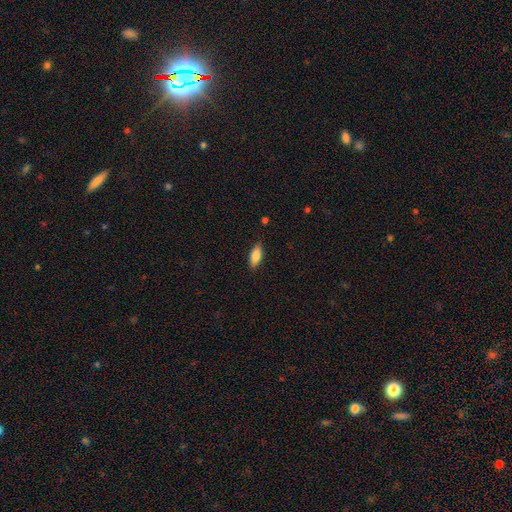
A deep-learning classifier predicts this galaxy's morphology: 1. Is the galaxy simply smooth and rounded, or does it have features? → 82% smooth, 11% featured or disk, 7% star or artifact.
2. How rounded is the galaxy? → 80% in between, 18% cigar-shaped, 2% round.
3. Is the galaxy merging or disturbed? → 85% none, 11% minor disturbance, 2% major disturbance, 1% merger.